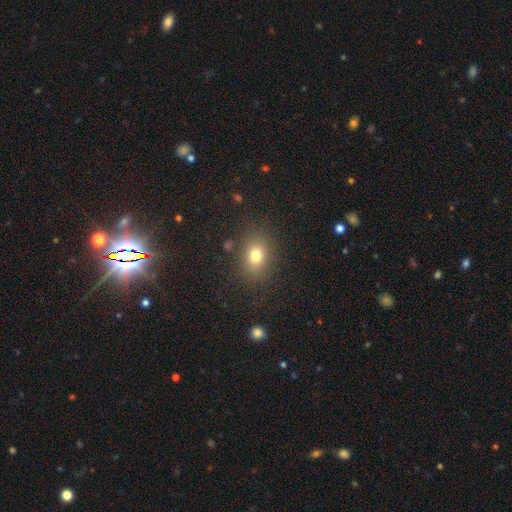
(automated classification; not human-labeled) smooth-or-featured: smooth: 76% | star or artifact: 14% | featured or disk: 10%
  how-rounded: in between: 60% | round: 39% | cigar-shaped: 1%
  merging: none: 82% | minor disturbance: 11% | major disturbance: 5% | merger: 2%